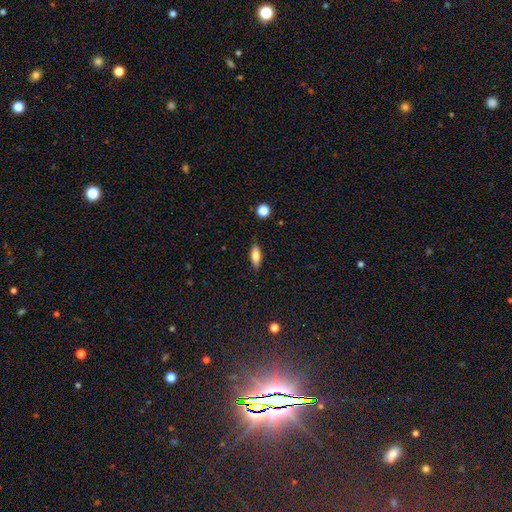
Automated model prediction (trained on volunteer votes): smooth_or_featured: smooth (p=0.74) [alt: featured or disk p=0.19]
how_rounded: in between (p=0.68) [alt: cigar-shaped p=0.30]
merging: none (p=0.86) [alt: minor disturbance p=0.10]